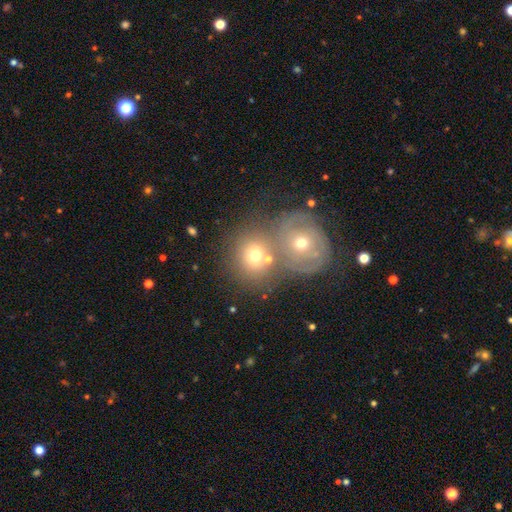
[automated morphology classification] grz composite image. It shows a smooth galaxy with no disk features (57%) that is round (79%). Merging: merger (52%).